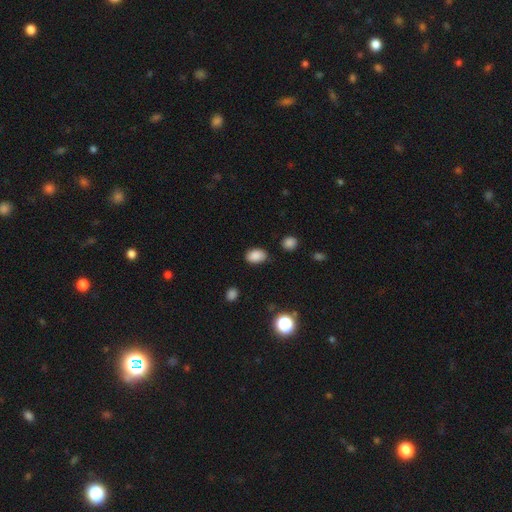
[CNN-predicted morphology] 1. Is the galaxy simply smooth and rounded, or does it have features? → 87% smooth, 9% star or artifact, 4% featured or disk.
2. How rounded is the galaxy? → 86% in between, 13% round, 1% cigar-shaped.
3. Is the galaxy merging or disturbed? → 81% none, 14% minor disturbance, 3% major disturbance, 2% merger.